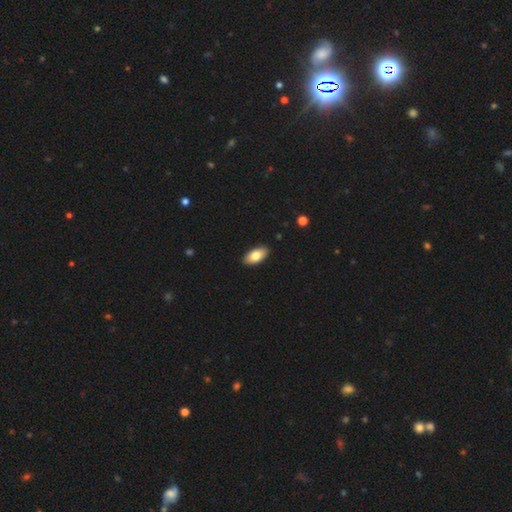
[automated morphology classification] A smooth galaxy with no disk features (80%) that is in between round and cigar-shaped (92%).

Vote fractions:
- Smooth or featured? smooth: 80% / featured or disk: 14% / star or artifact: 6%
- How rounded? in between: 92% / cigar-shaped: 5% / round: 2%
- Merging? none: 90% / minor disturbance: 7% / major disturbance: 1% / merger: 1%